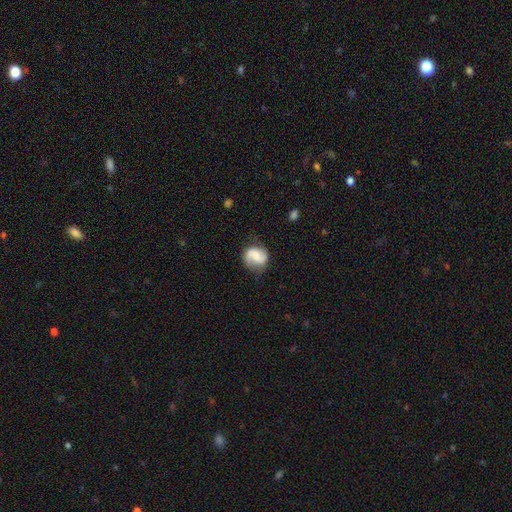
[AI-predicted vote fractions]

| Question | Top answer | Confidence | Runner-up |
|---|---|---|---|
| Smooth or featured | featured or disk | 61% | smooth (31%) |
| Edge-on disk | no | 98% | yes (2%) |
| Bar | weak | 42% | tied: no (42%) |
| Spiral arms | yes | 93% | no (7%) |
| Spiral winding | loose | 41% | tied: medium (41%) |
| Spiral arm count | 2 | 85% | 1 (7%) |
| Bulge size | small | 35% | moderate (28%) |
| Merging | none | 70% | minor disturbance (20%) |